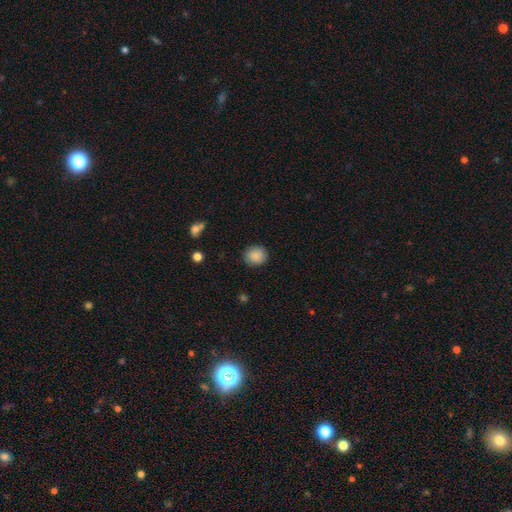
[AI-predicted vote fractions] Smooth or featured: smooth — 88% (star or artifact — 8%)
How rounded: round — 83% (in between — 16%)
Merging: none — 88% (minor disturbance — 9%)